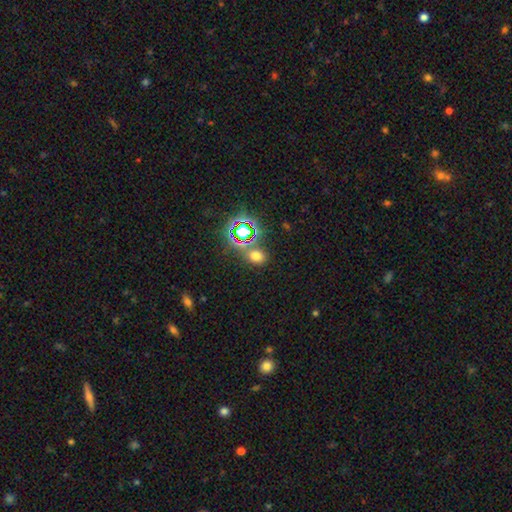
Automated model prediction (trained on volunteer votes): Q: Smooth or featured?
A: smooth (59%); runner-up: star or artifact (34%)
Q: How rounded?
A: in between (50%); runner-up: round (48%)
Q: Merging?
A: none (74%); runner-up: merger (11%)